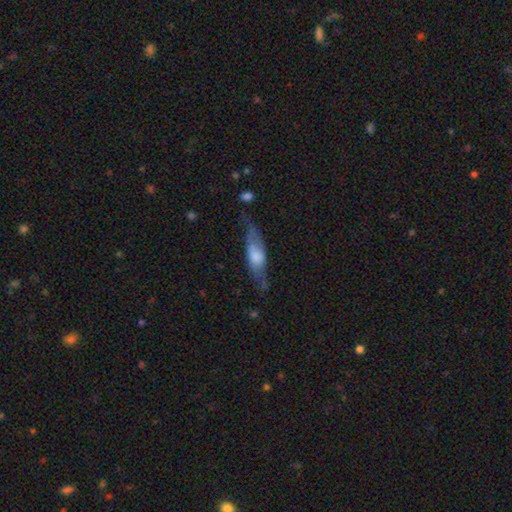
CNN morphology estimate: This is possibly a smooth galaxy (49%). Merging: possibly none (54%).